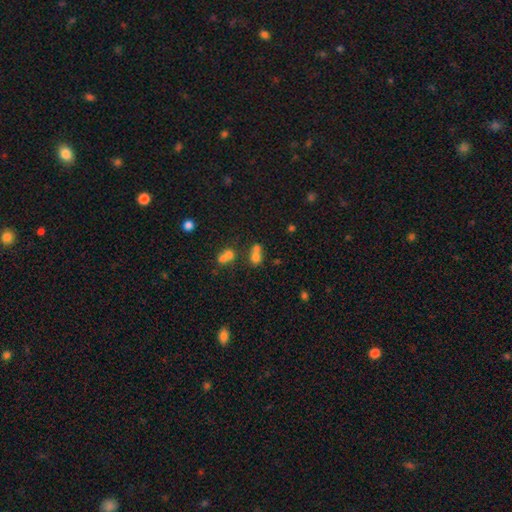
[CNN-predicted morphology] Smooth or featured? smooth (66%)
How rounded? round (60%)
Merging? merger (57%)